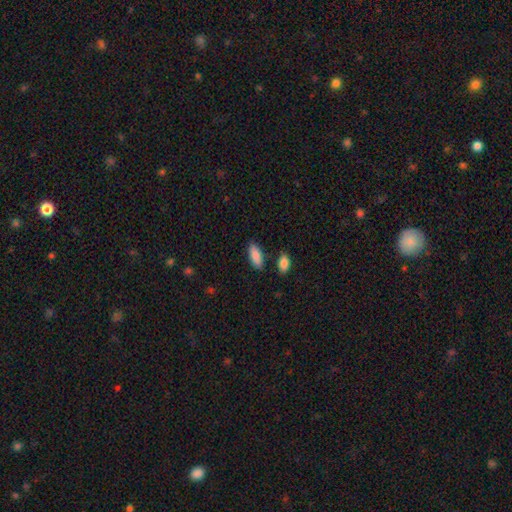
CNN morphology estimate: This appears to be a smooth galaxy with no disk features (88%) that is in between round and cigar-shaped (78%). Merging: none (82%).